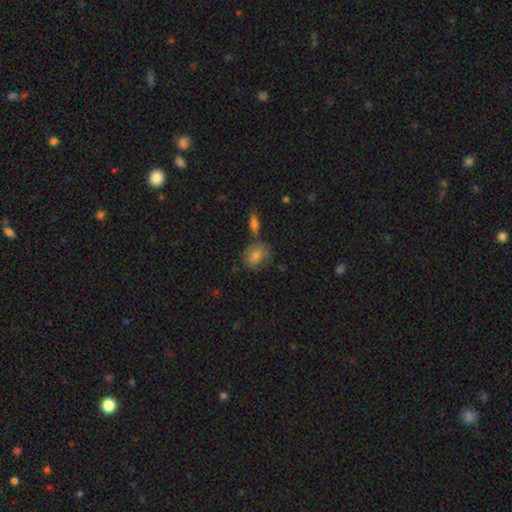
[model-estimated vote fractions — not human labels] Smooth or featured? smooth (76%)
How rounded? in between (50%)
Merging? none (68%)